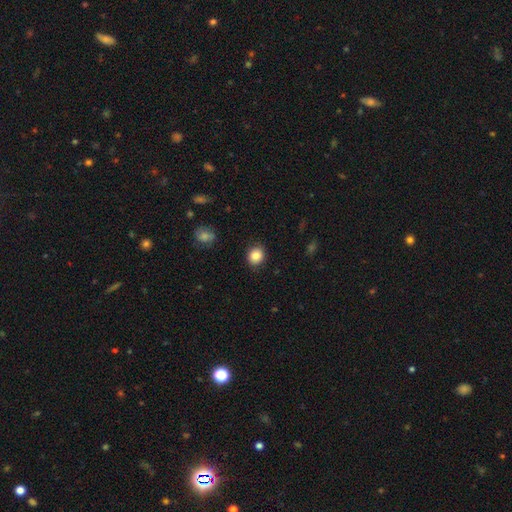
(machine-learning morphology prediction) The model was most divided on "how rounded": round: 77%, in between: 22%, cigar-shaped: 1%. More confident: merging — none (88%); smooth or featured — smooth (86%).